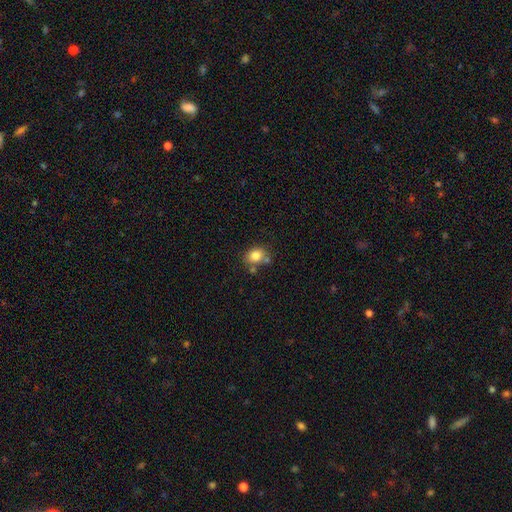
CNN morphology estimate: smooth-or-featured: smooth: 82% | star or artifact: 10% | featured or disk: 8%
  how-rounded: in between: 51% | round: 48% | cigar-shaped: 1%
  merging: none: 64% | merger: 16% | minor disturbance: 15% | major disturbance: 5%